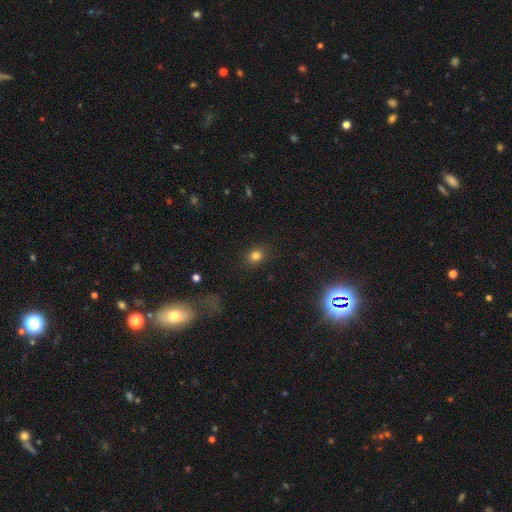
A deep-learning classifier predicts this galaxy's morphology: A smooth galaxy with no disk features (79%) that is round (60%). Merging: none (86%).